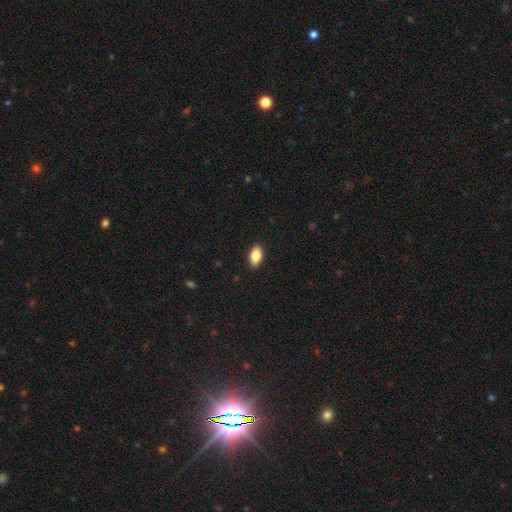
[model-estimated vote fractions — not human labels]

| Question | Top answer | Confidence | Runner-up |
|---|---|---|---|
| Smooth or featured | smooth | 82% | featured or disk (10%) |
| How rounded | in between | 92% | cigar-shaped (4%) |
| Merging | none | 90% | minor disturbance (7%) |